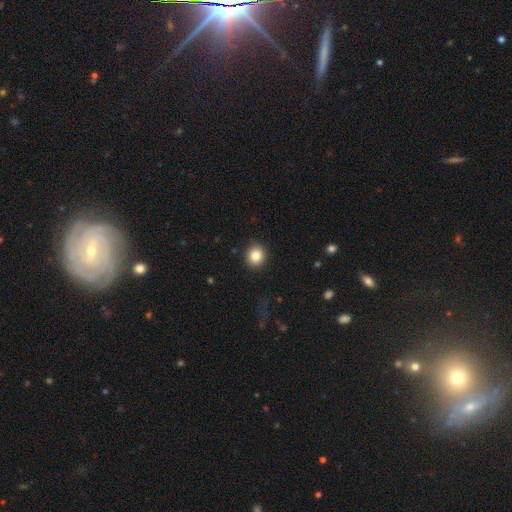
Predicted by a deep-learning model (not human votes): smooth_or_featured: smooth (p=0.84) [alt: star or artifact p=0.10]
how_rounded: round (p=0.88) [alt: in between p=0.11]
merging: none (p=0.89) [alt: minor disturbance p=0.07]